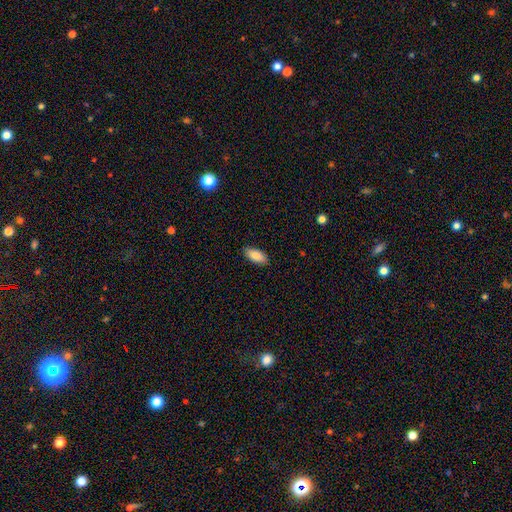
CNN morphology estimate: Q: Smooth or featured?
A: smooth (86%); runner-up: featured or disk (7%)
Q: How rounded?
A: in between (90%); runner-up: cigar-shaped (8%)
Q: Merging?
A: none (88%); runner-up: minor disturbance (10%)